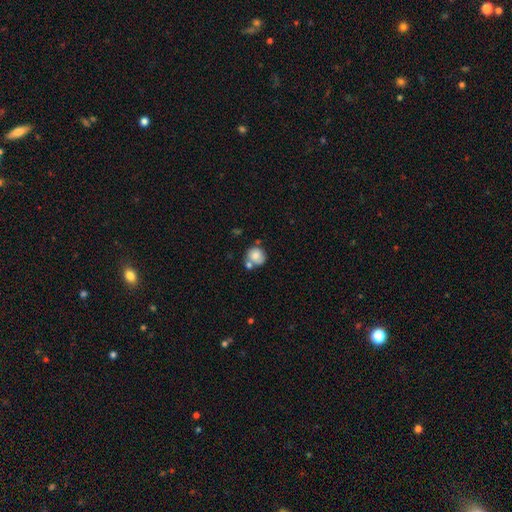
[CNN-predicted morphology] smooth_or_featured: smooth (p=0.77) [alt: featured or disk p=0.15]
how_rounded: round (p=0.85) [alt: in between p=0.14]
merging: none (p=0.50) [alt: merger p=0.29]